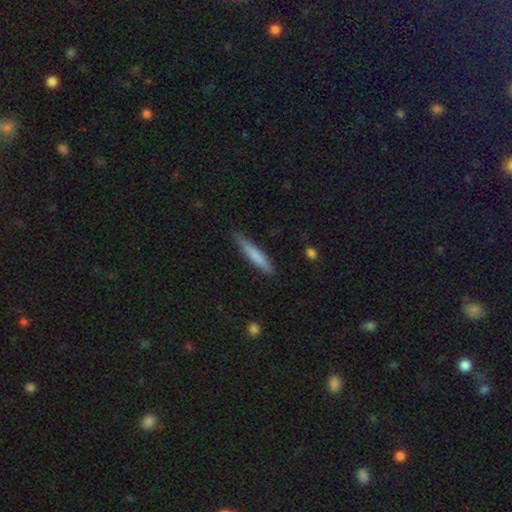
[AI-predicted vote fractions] Smooth or featured?
  - smooth: 73% *
  - featured or disk: 21%
  - star or artifact: 6%
How rounded?
  - cigar-shaped: 94% *
  - in between: 5%
  - round: 1%
Merging?
  - none: 83% *
  - minor disturbance: 13%
  - major disturbance: 2%
  - merger: 1%